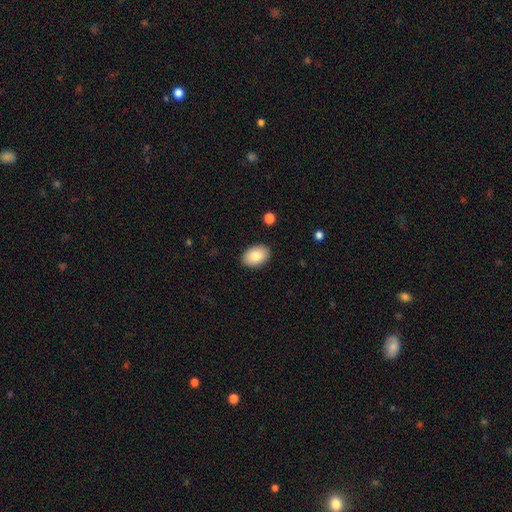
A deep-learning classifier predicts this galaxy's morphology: smooth 84%, featured or disk 10%, star or artifact 7%. Down the decision tree: how rounded — in between (89%); merging — none (89%).